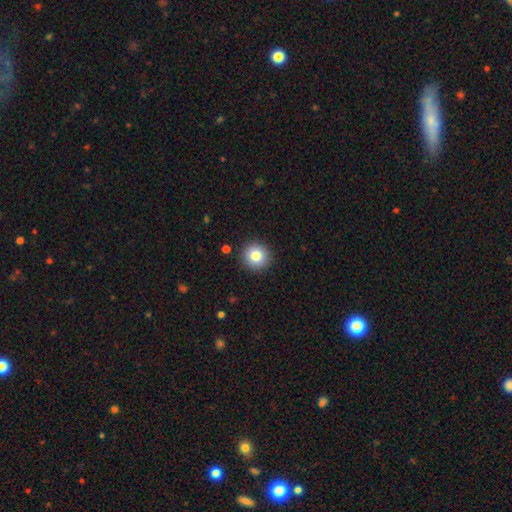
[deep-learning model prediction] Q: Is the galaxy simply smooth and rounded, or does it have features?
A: smooth — 82%.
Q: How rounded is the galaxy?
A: round — 93%.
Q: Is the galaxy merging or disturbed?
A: none — 91%.